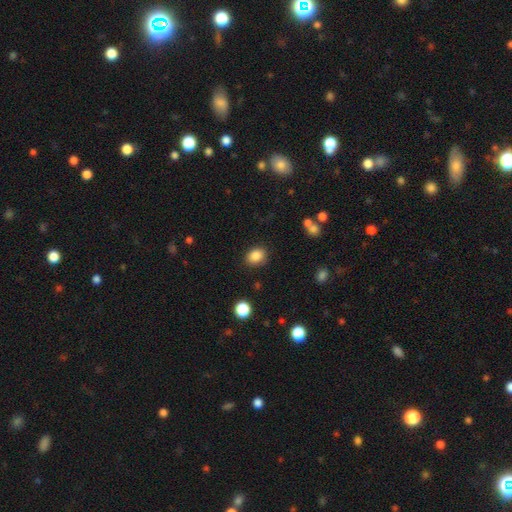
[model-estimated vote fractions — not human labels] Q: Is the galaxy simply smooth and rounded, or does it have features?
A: smooth — 86%.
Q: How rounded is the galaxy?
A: in between — 53%.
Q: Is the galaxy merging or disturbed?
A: none — 85%.